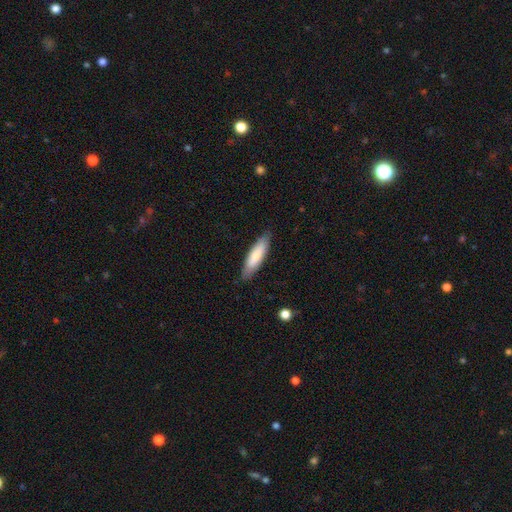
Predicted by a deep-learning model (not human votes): A smooth galaxy with no disk features (77%) that is cigar-shaped (66%). Merging: none (85%).